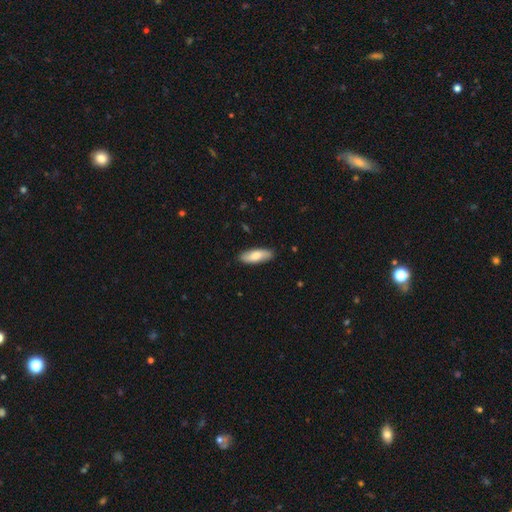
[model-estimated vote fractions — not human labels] smooth_or_featured: smooth (p=0.72) [alt: featured or disk p=0.22]
how_rounded: in between (p=0.69) [alt: cigar-shaped p=0.29]
merging: none (p=0.88) [alt: minor disturbance p=0.09]